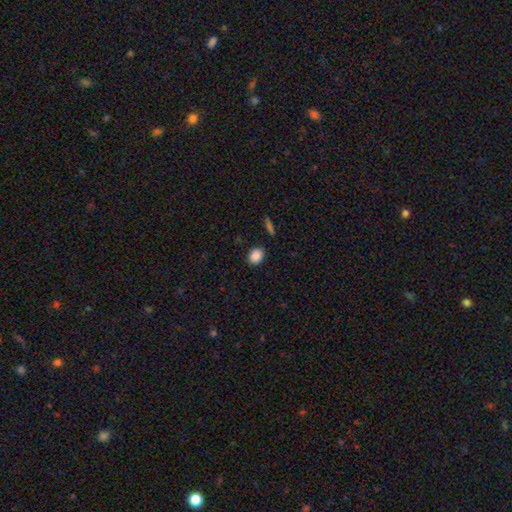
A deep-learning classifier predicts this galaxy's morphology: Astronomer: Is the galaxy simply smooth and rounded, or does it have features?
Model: smooth — 85%.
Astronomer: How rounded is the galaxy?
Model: in between — 53% (runner-up: round, 45%).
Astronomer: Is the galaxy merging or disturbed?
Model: none — 88%.